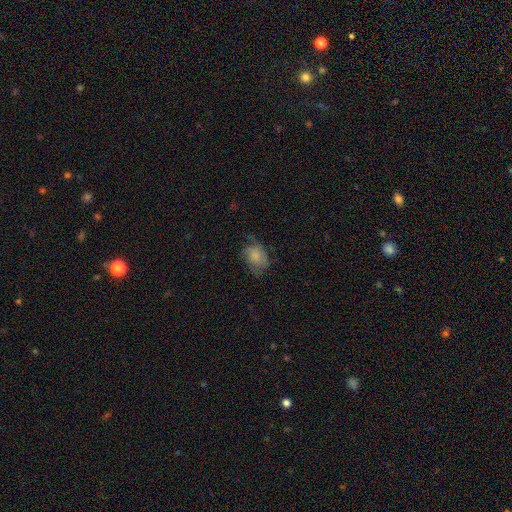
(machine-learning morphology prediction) This appears to be a smooth galaxy with no disk features (68%) that is in between round and cigar-shaped (71%). Merging: none (48%).